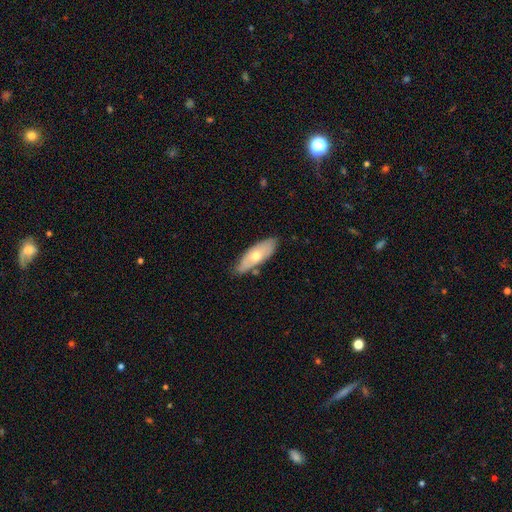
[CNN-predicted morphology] Overall: smooth (57%; featured or disk 37%). How rounded: in between (70%). Merging: none (77%).